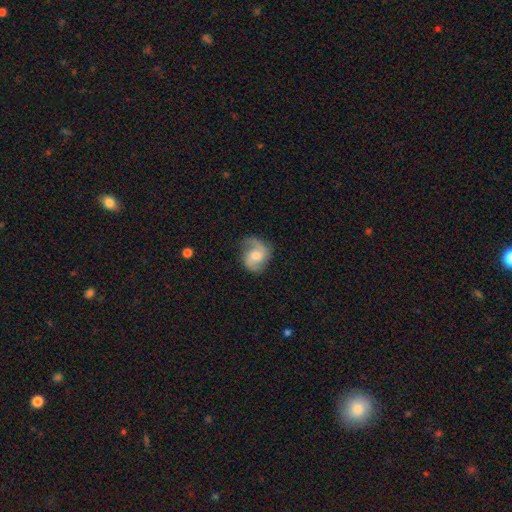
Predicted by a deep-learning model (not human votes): The model was most divided on "bar": no: 52%, weak: 41%, strong: 7%. Remaining: edge-on disk — no (98%); spiral arms — yes (94%); spiral arm count — 2 (80%); smooth or featured — featured or disk (73%); merging — none (67%); bulge size — moderate (57%); spiral winding — medium (48%).